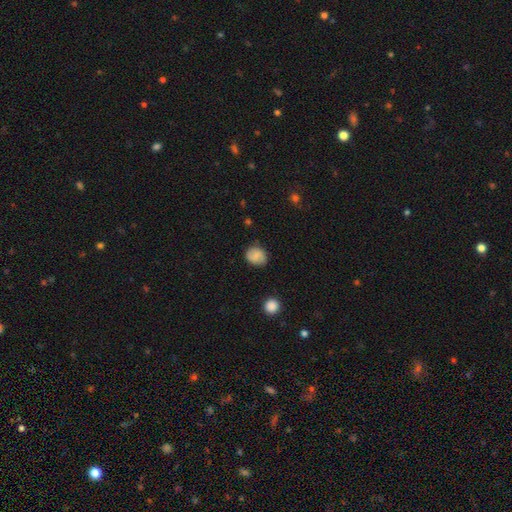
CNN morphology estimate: The model was most divided on "how rounded": round: 66%, in between: 33%, cigar-shaped: 1%. More confident: smooth or featured — smooth (81%); merging — none (81%).